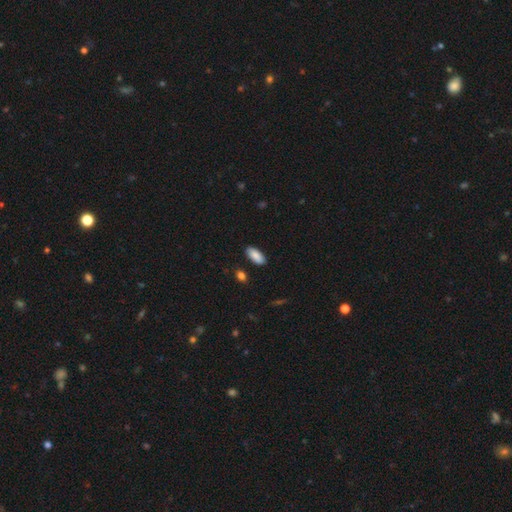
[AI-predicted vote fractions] Smooth or featured: smooth — 88% (star or artifact — 6%)
How rounded: in between — 89% (cigar-shaped — 9%)
Merging: none — 87% (minor disturbance — 9%)